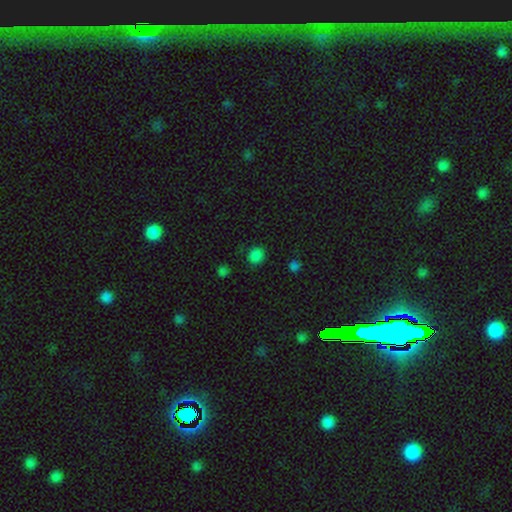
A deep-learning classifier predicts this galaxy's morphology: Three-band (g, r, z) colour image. It shows a smooth galaxy with no disk features (80%) that is round (80%). Merging: none (85%).